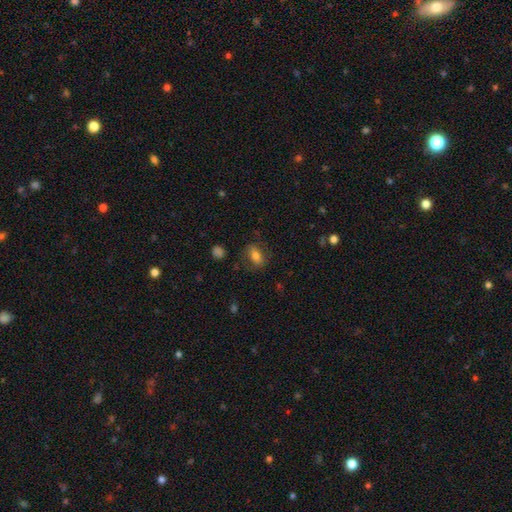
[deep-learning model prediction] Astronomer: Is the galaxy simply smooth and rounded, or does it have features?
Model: smooth — 72%.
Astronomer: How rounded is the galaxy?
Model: in between — 79%.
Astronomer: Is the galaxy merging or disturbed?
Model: none — 73%.